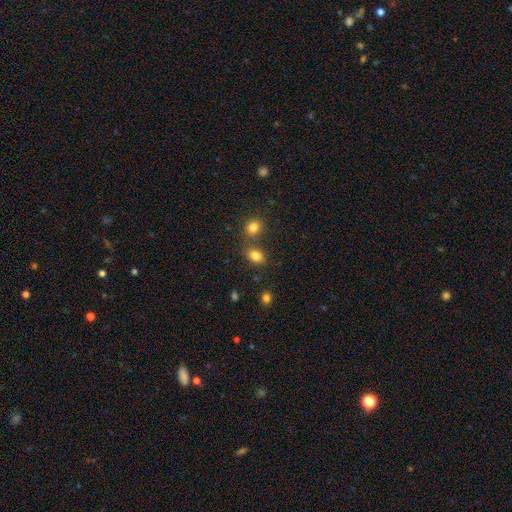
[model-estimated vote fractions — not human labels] Q: Smooth or featured?
A: smooth (82%); runner-up: star or artifact (11%)
Q: How rounded?
A: in between (75%); runner-up: round (24%)
Q: Merging?
A: none (63%); runner-up: merger (23%)